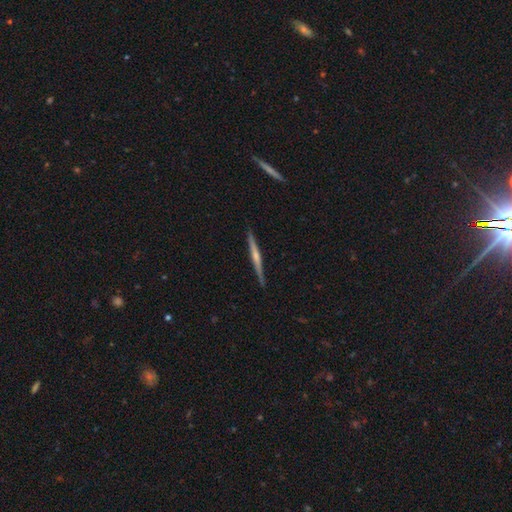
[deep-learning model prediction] Overall: featured or disk (66%; smooth 29%). Edge-on disk: yes (98%). Edge-on bulge: rounded (54%; none 34%). Merging: none (89%).